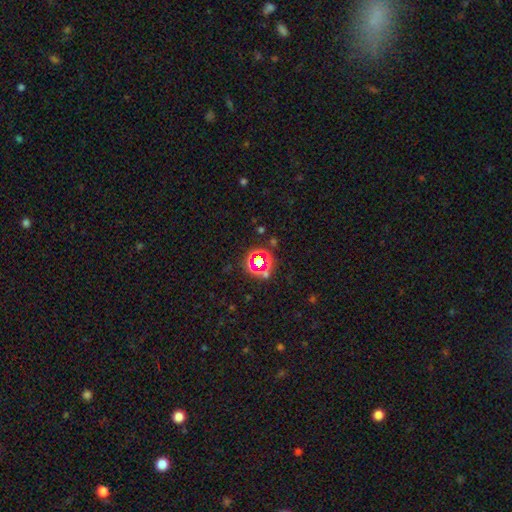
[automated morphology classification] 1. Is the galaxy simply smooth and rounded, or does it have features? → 66% star or artifact, 24% smooth, 10% featured or disk.